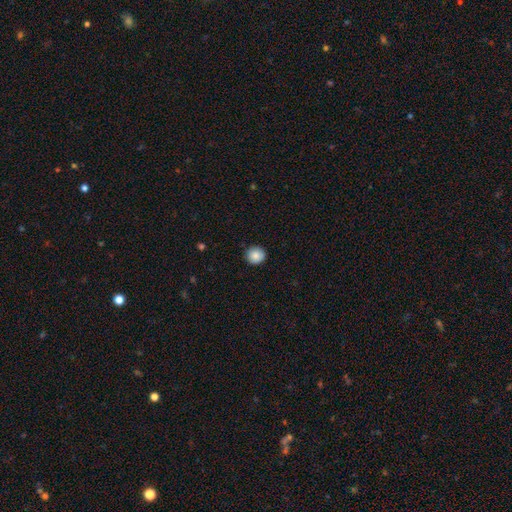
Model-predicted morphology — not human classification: Overall: smooth (87%). How rounded: round (93%). Merging: none (90%).